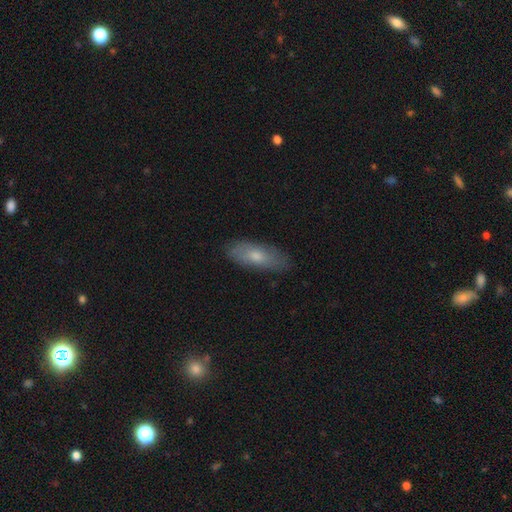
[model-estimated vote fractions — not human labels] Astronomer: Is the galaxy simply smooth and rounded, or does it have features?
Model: smooth — 69%.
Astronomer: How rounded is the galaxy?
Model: in between — 66%.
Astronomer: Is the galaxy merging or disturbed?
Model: none — 82%.